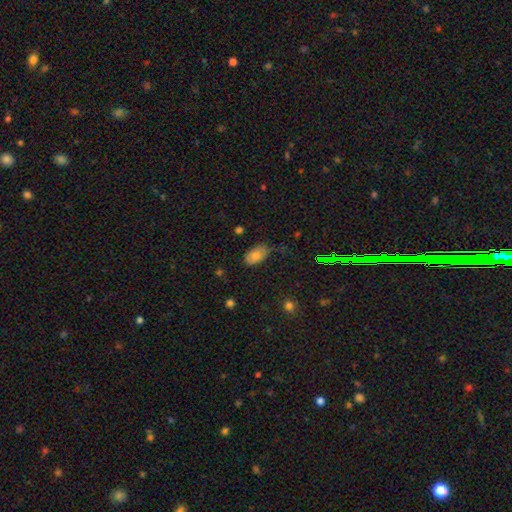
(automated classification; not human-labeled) smooth-or-featured: smooth: 78% | featured or disk: 12% | star or artifact: 10%
  how-rounded: in between: 91% | round: 7% | cigar-shaped: 2%
  merging: none: 64% | minor disturbance: 28% | major disturbance: 6% | merger: 2%